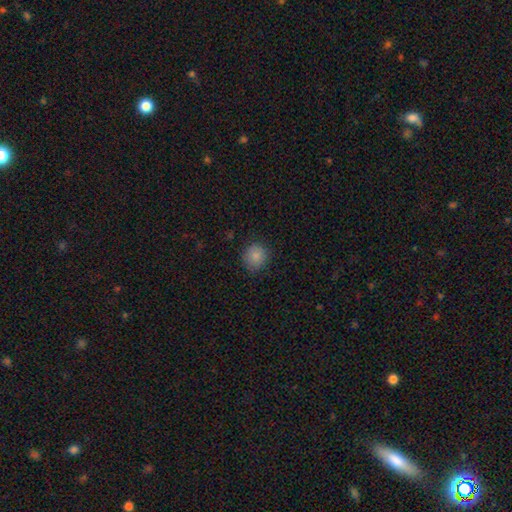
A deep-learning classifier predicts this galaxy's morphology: Overall: smooth (86%). How rounded: round (88%). Merging: none (84%).